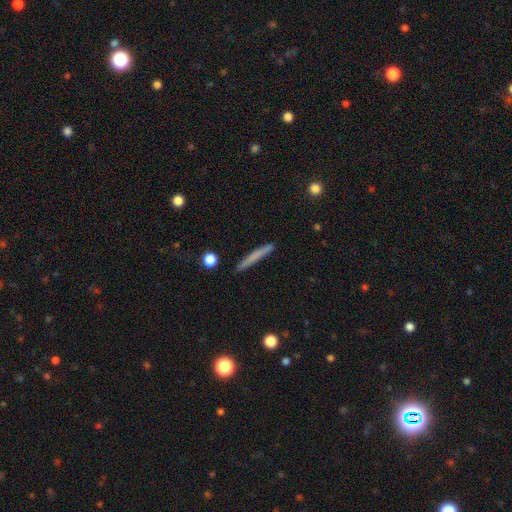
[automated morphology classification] A smooth galaxy with no disk features (67%) that is cigar-shaped (96%).

Vote fractions:
- Smooth or featured? smooth: 67% / featured or disk: 26% / star or artifact: 7%
- How rounded? cigar-shaped: 96% / in between: 2% / round: 2%
- Merging? none: 89% / minor disturbance: 8% / major disturbance: 2% / merger: 2%